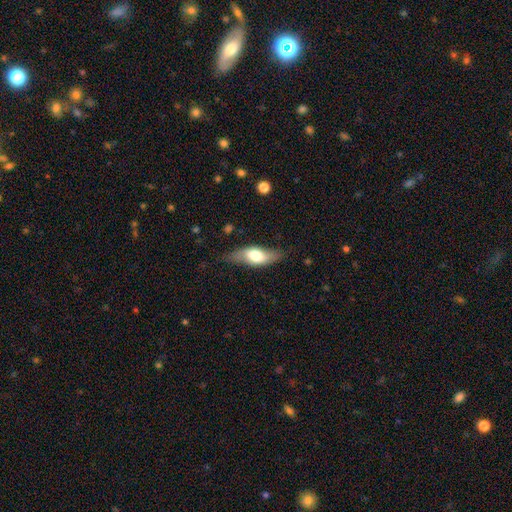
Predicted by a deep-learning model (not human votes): This appears to be a smooth galaxy with no disk features (58%) that is in between round and cigar-shaped (70%). Merging: none (71%).